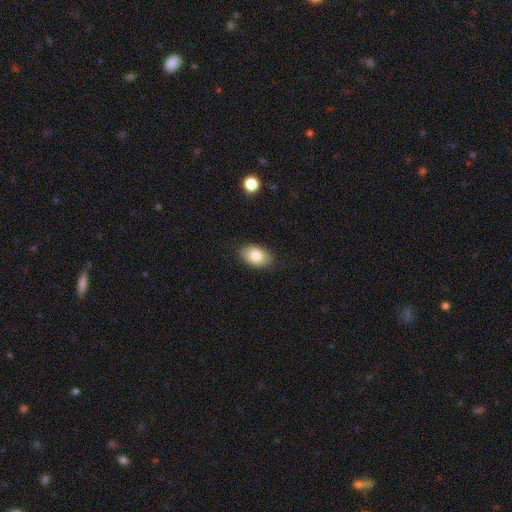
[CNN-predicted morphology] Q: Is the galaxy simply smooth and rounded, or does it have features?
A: smooth — 81%.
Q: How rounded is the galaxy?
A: in between — 86%.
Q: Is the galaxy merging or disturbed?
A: none — 84%.